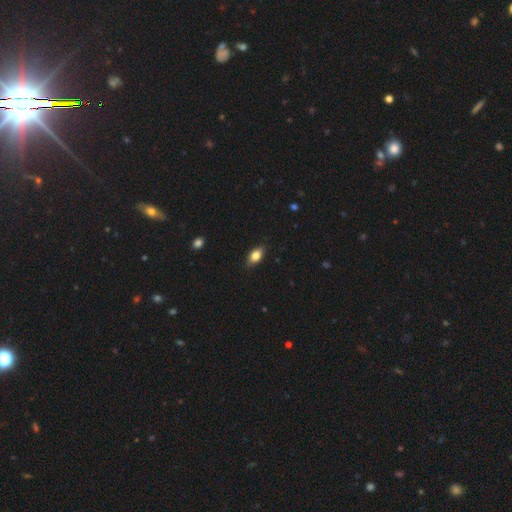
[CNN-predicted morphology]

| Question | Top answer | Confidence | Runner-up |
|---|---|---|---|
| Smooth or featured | smooth | 79% | featured or disk (13%) |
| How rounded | in between | 85% | round (9%) |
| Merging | none | 84% | minor disturbance (13%) |